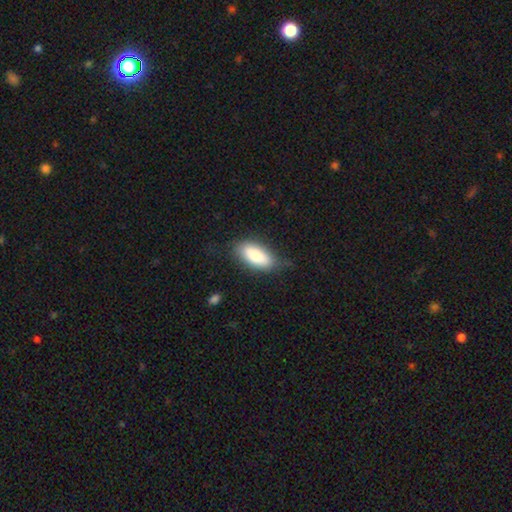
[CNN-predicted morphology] Smooth or featured: smooth — 82% (featured or disk — 11%)
How rounded: in between — 87% (cigar-shaped — 11%)
Merging: none — 75% (minor disturbance — 18%)